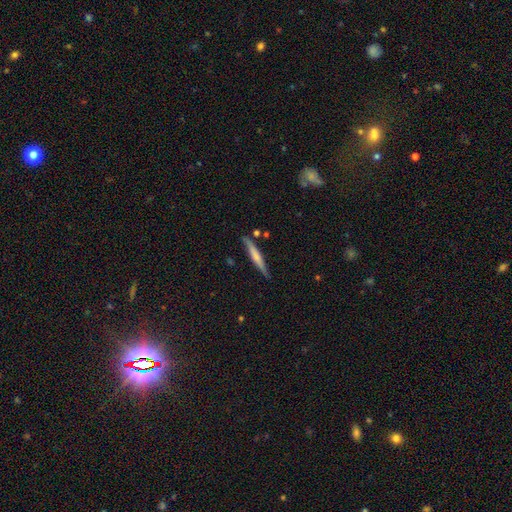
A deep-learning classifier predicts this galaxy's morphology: A smooth galaxy with no disk features (48%). Merging: none (83%).